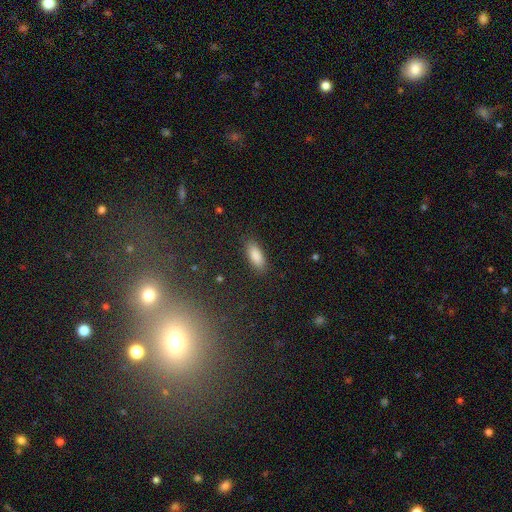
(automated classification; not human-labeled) Morphology: type=smooth (87%); roundness=in between (76%); merging=none (87%).